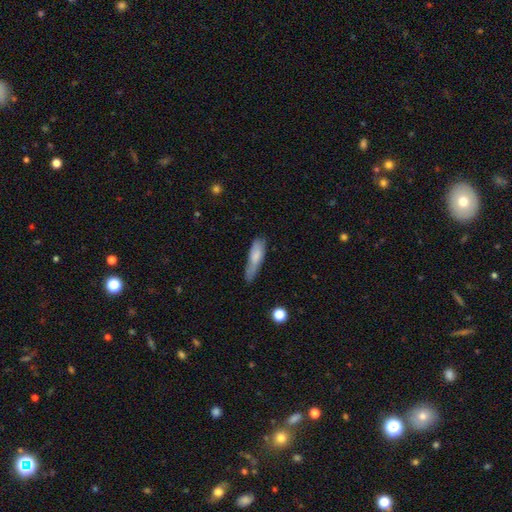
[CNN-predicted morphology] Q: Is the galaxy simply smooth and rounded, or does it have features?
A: smooth — 76%.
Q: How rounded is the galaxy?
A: cigar-shaped — 65%.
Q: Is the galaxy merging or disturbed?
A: none — 48%.